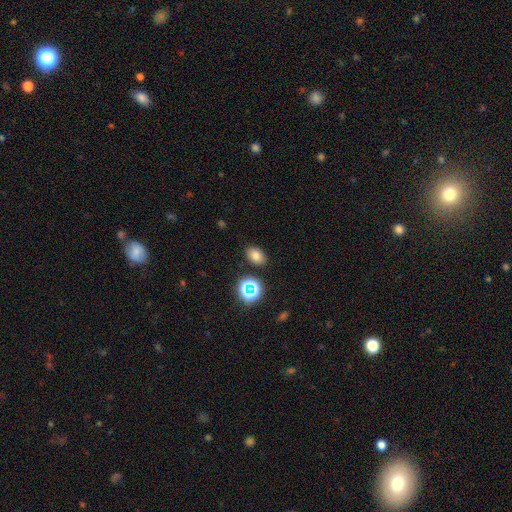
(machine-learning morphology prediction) The model was most divided on "smooth or featured": smooth: 74%, star or artifact: 17%, featured or disk: 9%. More confident: merging — none (85%); how rounded — in between (82%).